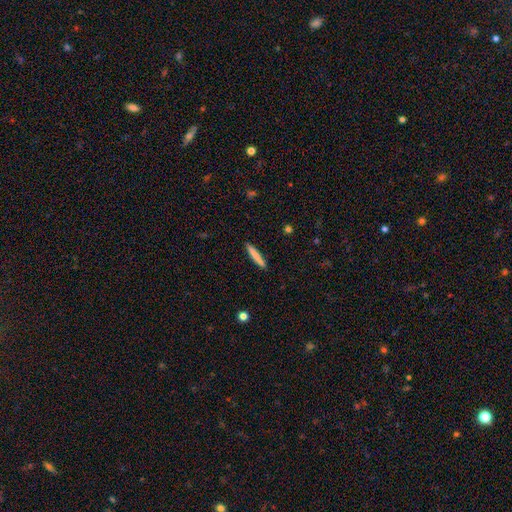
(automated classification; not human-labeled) Morphology: type=smooth (79%); roundness=cigar-shaped (95%); merging=none (91%).